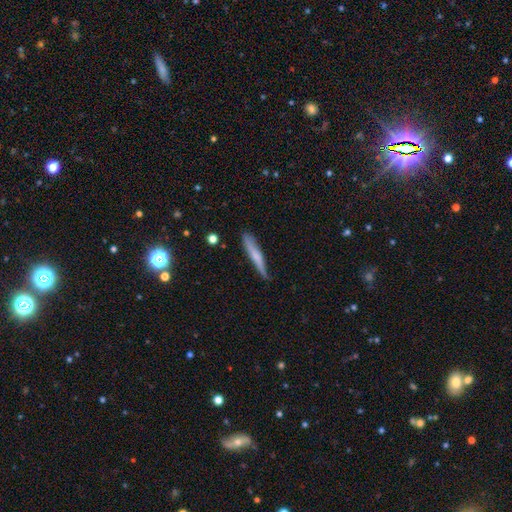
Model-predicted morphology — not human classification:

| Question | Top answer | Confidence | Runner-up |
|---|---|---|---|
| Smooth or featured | smooth | 57% | featured or disk (36%) |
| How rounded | cigar-shaped | 93% | in between (5%) |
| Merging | none | 74% | minor disturbance (21%) |